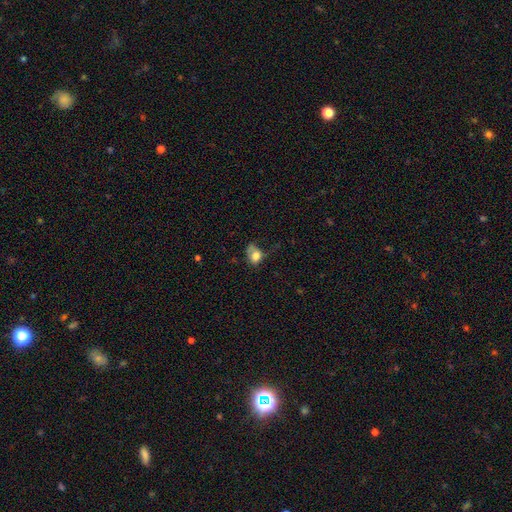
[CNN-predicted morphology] smooth 73%, featured or disk 18%, star or artifact 10%. Down the decision tree: how rounded — in between (62%); merging — major disturbance (36%).